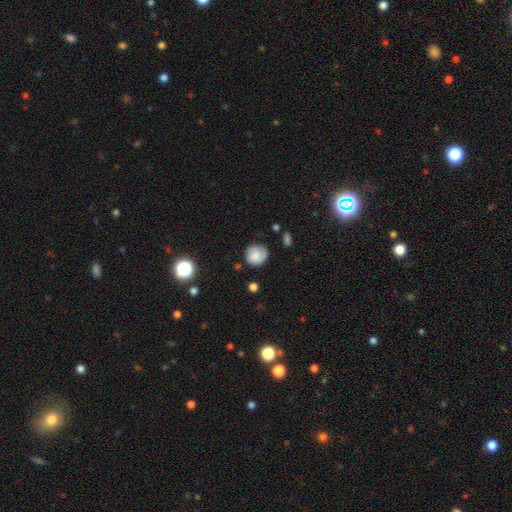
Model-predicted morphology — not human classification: The model was most divided on "smooth or featured": smooth: 67%, featured or disk: 24%, star or artifact: 9%. More confident: how rounded — round (87%); merging — none (71%).